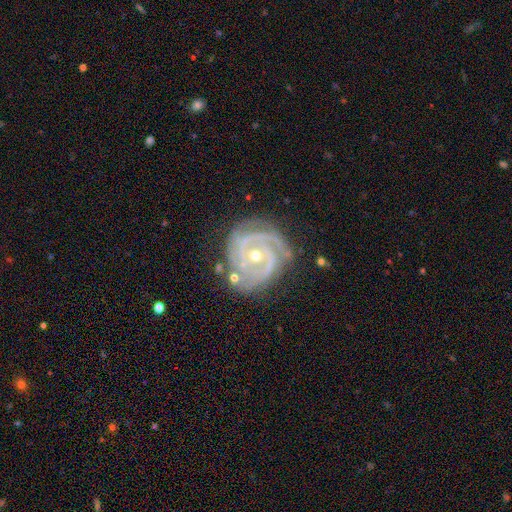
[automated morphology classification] Q: Smooth or featured?
A: featured or disk (91%); runner-up: star or artifact (5%)
Q: Edge-on disk?
A: no (98%); runner-up: yes (2%)
Q: Bar?
A: no (66%); runner-up: weak (25%)
Q: Spiral arms?
A: yes (98%); runner-up: no (2%)
Q: Spiral winding?
A: tight (76%); runner-up: medium (22%)
Q: Spiral arm count?
A: 3 (43%); runner-up: 2 (29%)
Q: Bulge size?
A: small (53%); runner-up: moderate (44%)
Q: Merging?
A: none (72%); runner-up: minor disturbance (19%)